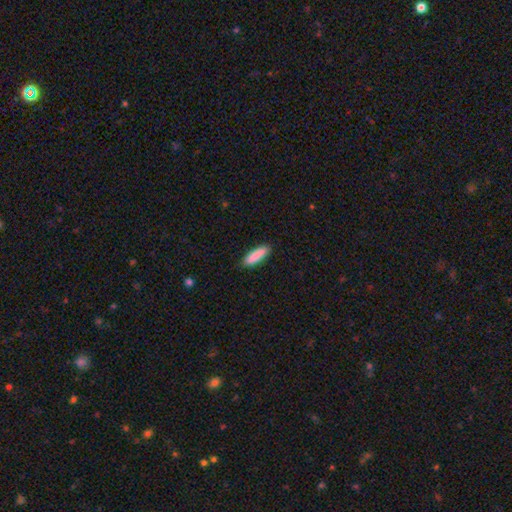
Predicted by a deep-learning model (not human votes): smooth-or-featured: smooth: 87% | featured or disk: 7% | star or artifact: 6%
  how-rounded: cigar-shaped: 66% | in between: 33% | round: 1%
  merging: none: 87% | minor disturbance: 10% | major disturbance: 2% | merger: 1%